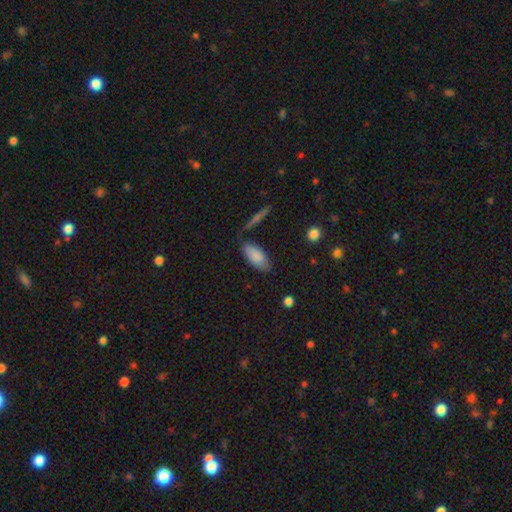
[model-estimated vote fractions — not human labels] smooth_or_featured: smooth (p=0.85) [alt: featured or disk p=0.09]
how_rounded: in between (p=0.85) [alt: cigar-shaped p=0.13]
merging: none (p=0.76) [alt: minor disturbance p=0.16]